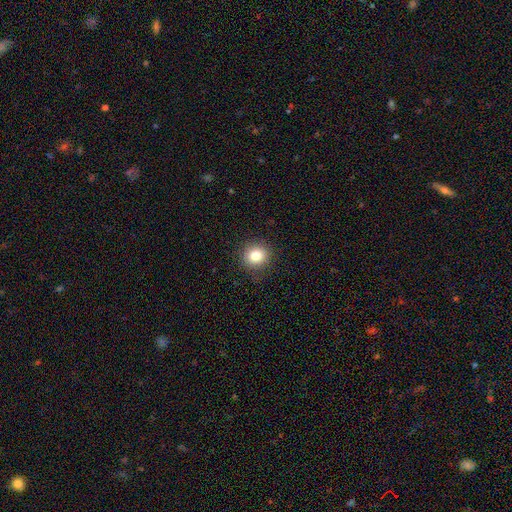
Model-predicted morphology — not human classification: Smooth or featured? Predicted: smooth (p=0.83). How rounded? Predicted: round (p=0.83). Merging? Predicted: none (p=0.89).